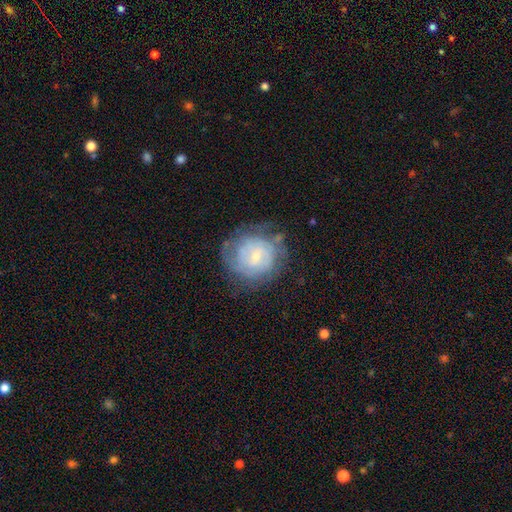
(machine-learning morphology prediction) Smooth or featured? Predicted: featured or disk (p=0.62). Edge-on disk? Predicted: no (p=0.97). Bar? Predicted: no (p=0.46). Spiral arms? Predicted: yes (p=0.73). Bulge size? Predicted: small (p=0.64). Merging? Predicted: none (p=0.68).